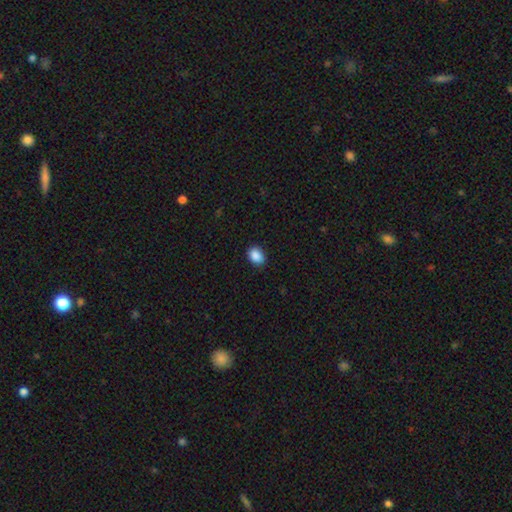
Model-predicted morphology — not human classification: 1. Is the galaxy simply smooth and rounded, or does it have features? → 89% smooth, 8% star or artifact, 3% featured or disk.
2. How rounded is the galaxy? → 72% in between, 27% round, 1% cigar-shaped.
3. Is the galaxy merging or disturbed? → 86% none, 11% minor disturbance, 2% major disturbance, 1% merger.